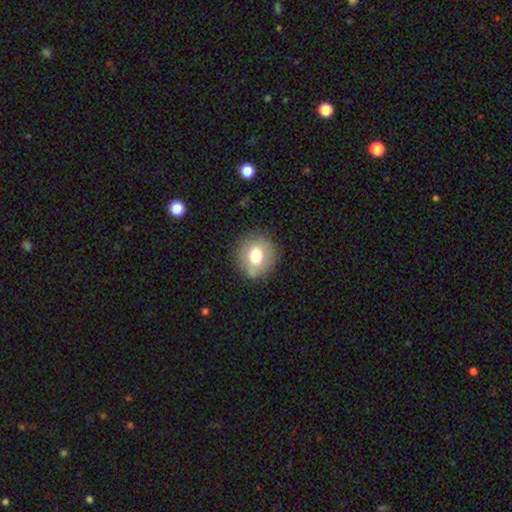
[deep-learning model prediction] Smooth or featured?
  - smooth: 73% *
  - featured or disk: 18%
  - star or artifact: 9%
How rounded?
  - round: 86% *
  - in between: 13%
  - cigar-shaped: 1%
Merging?
  - none: 82% *
  - minor disturbance: 12%
  - major disturbance: 4%
  - merger: 3%